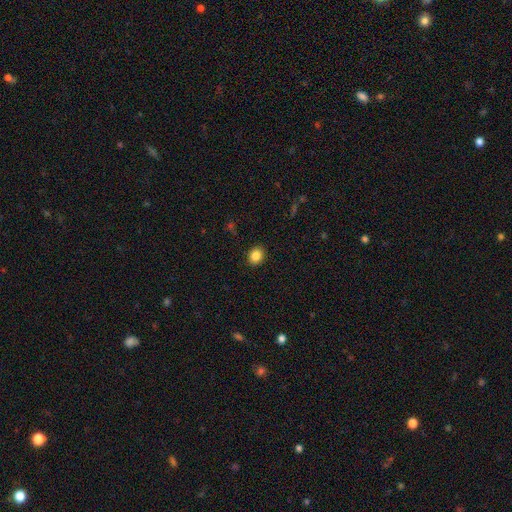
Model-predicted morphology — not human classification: Smooth or featured? Predicted: smooth (p=0.85). How rounded? Predicted: round (p=0.63). Merging? Predicted: none (p=0.90).